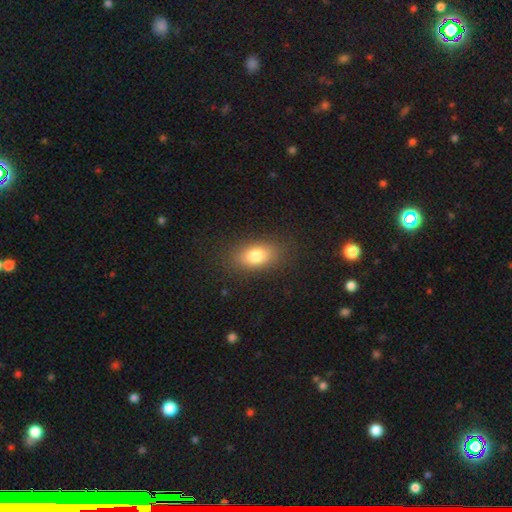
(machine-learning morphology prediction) Smooth or featured? Predicted: smooth (p=0.80). How rounded? Predicted: in between (p=0.86). Merging? Predicted: none (p=0.85).